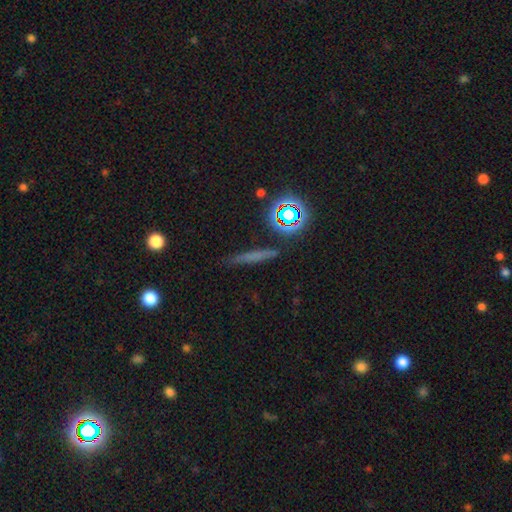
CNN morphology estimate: Q: Smooth or featured?
A: smooth (48%); runner-up: featured or disk (32%)
Q: Merging?
A: none (87%); runner-up: minor disturbance (8%)